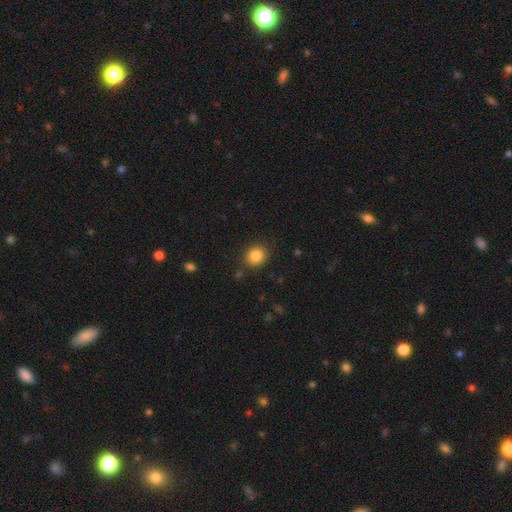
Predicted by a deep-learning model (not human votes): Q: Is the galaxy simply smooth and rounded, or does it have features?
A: smooth — 85%.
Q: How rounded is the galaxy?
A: round — 77%.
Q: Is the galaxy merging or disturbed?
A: none — 87%.